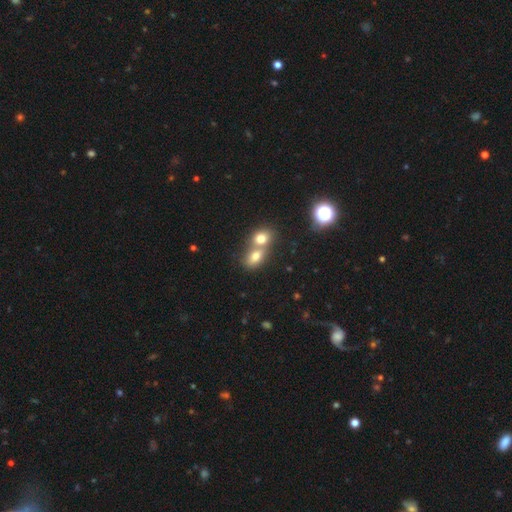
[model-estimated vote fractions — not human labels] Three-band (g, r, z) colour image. It shows a smooth galaxy with no disk features (71%) that is in between round and cigar-shaped (62%). Merging: merger (65%).